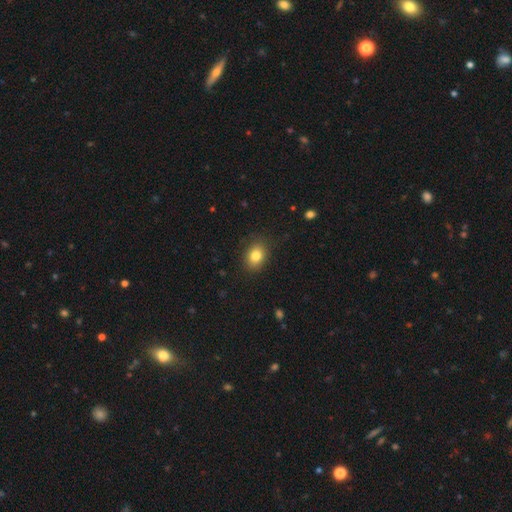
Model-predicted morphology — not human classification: Smooth or featured? smooth (82%)
How rounded? in between (58%)
Merging? none (85%)